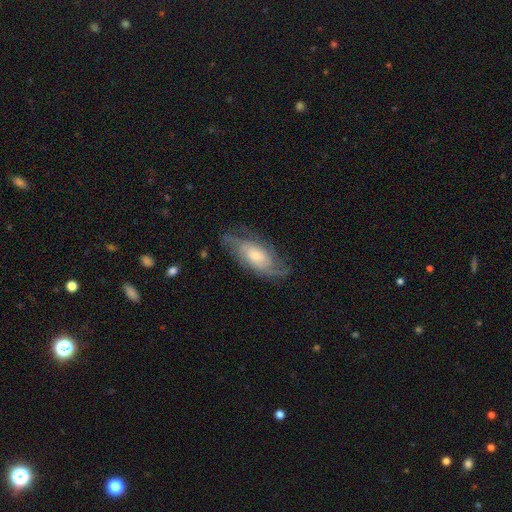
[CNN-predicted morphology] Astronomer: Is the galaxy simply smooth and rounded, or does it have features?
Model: featured or disk — 76%.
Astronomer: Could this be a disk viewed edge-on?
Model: no — 91%.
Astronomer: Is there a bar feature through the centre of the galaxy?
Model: no — 65%.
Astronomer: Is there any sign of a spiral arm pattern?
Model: yes — 92%.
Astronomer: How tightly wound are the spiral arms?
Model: tight — 41%, tied with medium at 41%.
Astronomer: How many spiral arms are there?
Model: can't tell — 35% (runner-up: 2, 32%).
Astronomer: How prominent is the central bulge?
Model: moderate — 44% (runner-up: small, 43%).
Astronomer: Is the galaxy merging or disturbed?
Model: none — 68%.